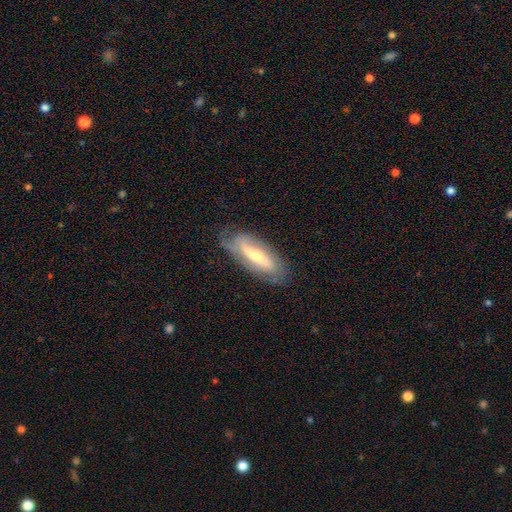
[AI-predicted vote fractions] Smooth or featured? Predicted: featured or disk (p=0.62). Edge-on disk? Predicted: no (p=0.76). Merging? Predicted: none (p=0.69).